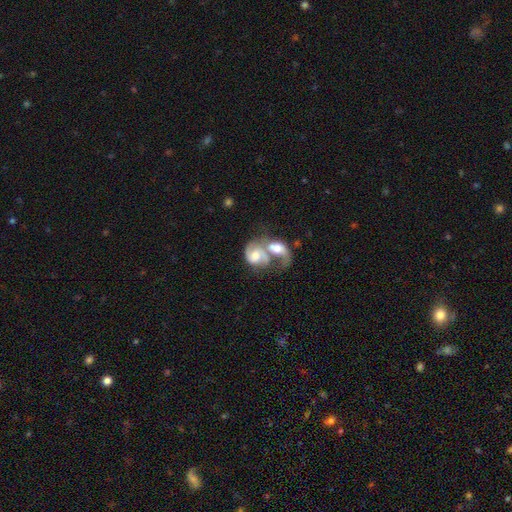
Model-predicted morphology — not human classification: Smooth or featured: featured or disk — 68% (smooth — 26%)
Edge-on disk: no — 97% (yes — 3%)
Bar: no — 63% (weak — 31%)
Spiral arms: yes — 84% (no — 16%)
Spiral winding: medium — 40% (loose — 38%)
Spiral arm count: 2 — 59% (1 — 26%)
Bulge size: moderate — 59% (small — 17%)
Merging: merger — 78% (major disturbance — 9%)